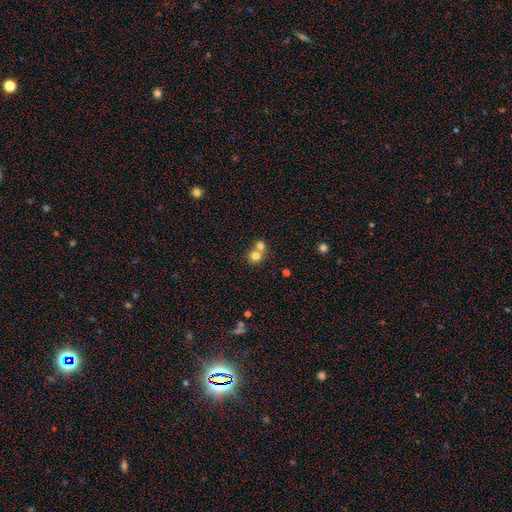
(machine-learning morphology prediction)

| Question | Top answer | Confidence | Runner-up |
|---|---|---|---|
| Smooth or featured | smooth | 77% | featured or disk (12%) |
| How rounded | round | 85% | in between (15%) |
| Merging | merger | 57% | none (36%) |